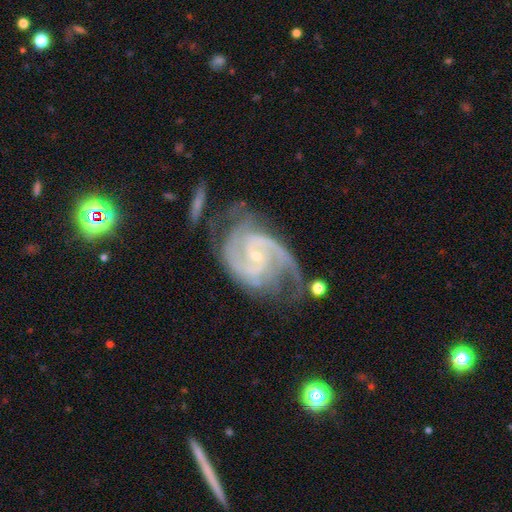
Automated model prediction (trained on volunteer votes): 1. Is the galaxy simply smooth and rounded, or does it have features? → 91% featured or disk, 5% star or artifact, 4% smooth.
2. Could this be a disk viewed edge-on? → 98% no, 2% yes.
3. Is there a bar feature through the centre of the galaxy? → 48% no, 40% weak, 13% strong.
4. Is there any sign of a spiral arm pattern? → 98% yes, 2% no.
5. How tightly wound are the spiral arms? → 50% medium, 38% tight, 12% loose.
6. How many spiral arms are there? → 68% 2, 12% 3, 9% can't tell, 4% 4, 4% 1, 3% more than 4.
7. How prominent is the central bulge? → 81% small, 15% moderate, 2% none, 1% large, 1% dominant.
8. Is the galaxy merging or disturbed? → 47% none, 25% minor disturbance, 20% major disturbance, 8% merger.